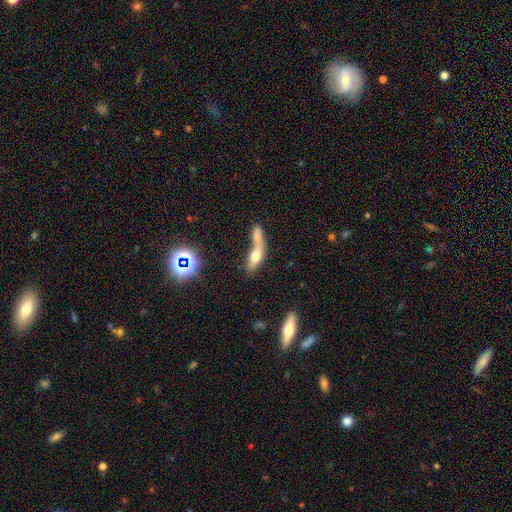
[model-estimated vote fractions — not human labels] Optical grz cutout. It shows a smooth galaxy with no disk features (60%) that is in between round and cigar-shaped (58%). Merging: merger (65%).